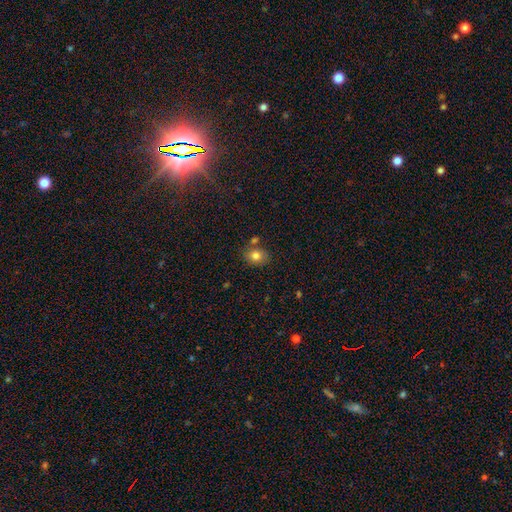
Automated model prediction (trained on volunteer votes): A smooth galaxy with no disk features (80%) that is in between round and cigar-shaped (53%).

Vote fractions:
- Smooth or featured? smooth: 80% / star or artifact: 10% / featured or disk: 9%
- How rounded? in between: 53% / round: 46% / cigar-shaped: 1%
- Merging? none: 73% / minor disturbance: 13% / merger: 11% / major disturbance: 3%